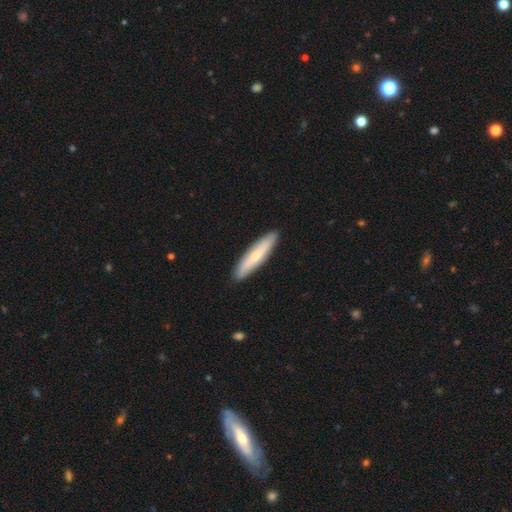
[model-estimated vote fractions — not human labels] Morphology: type=smooth (56%); roundness=cigar-shaped (84%); merging=none (90%).